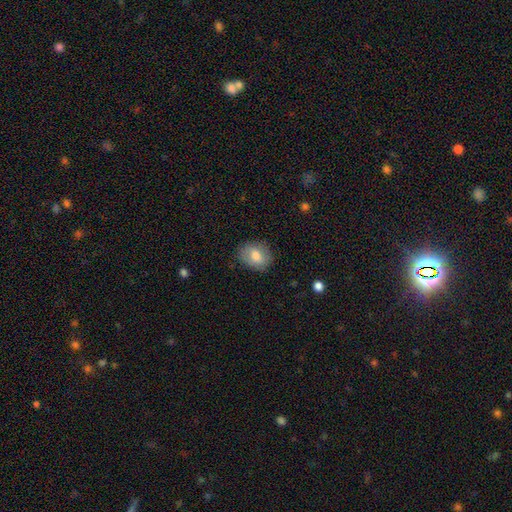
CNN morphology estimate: Smooth or featured? Predicted: smooth (p=0.78). How rounded? Predicted: in between (p=0.60). Merging? Predicted: none (p=0.82).